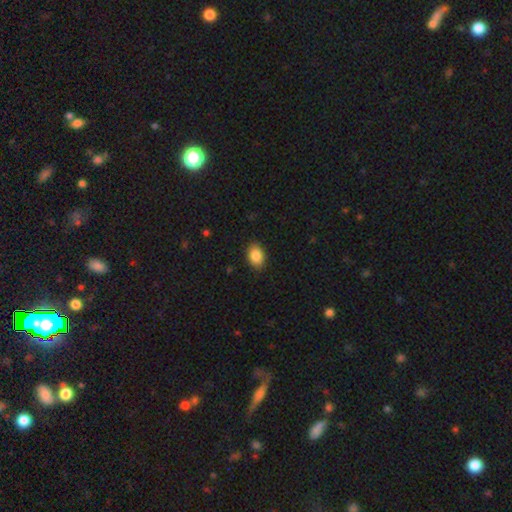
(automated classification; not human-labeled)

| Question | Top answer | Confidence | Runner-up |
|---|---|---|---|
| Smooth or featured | smooth | 87% | star or artifact (8%) |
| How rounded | in between | 81% | round (18%) |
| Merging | none | 88% | minor disturbance (9%) |